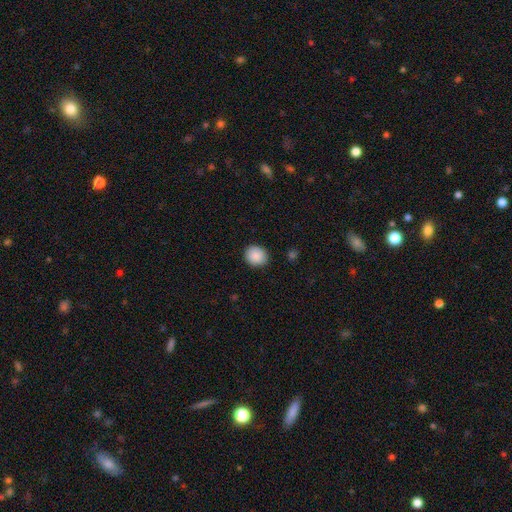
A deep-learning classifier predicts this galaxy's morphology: smooth_or_featured: smooth (p=0.89) [alt: star or artifact p=0.08]
how_rounded: round (p=0.83) [alt: in between p=0.16]
merging: none (p=0.90) [alt: minor disturbance p=0.07]